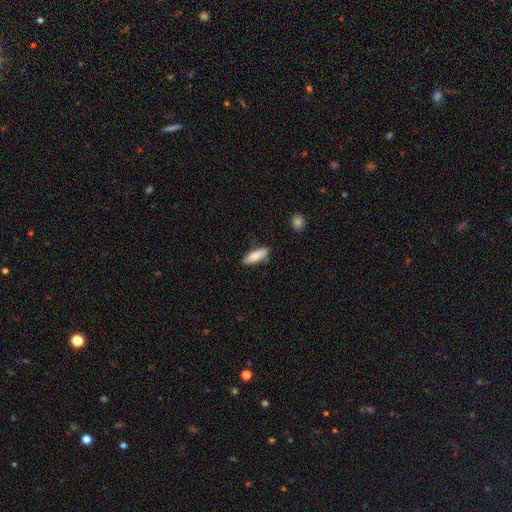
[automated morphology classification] Q: Smooth or featured?
A: smooth (85%); runner-up: featured or disk (9%)
Q: How rounded?
A: in between (57%); runner-up: cigar-shaped (42%)
Q: Merging?
A: none (82%); runner-up: minor disturbance (13%)